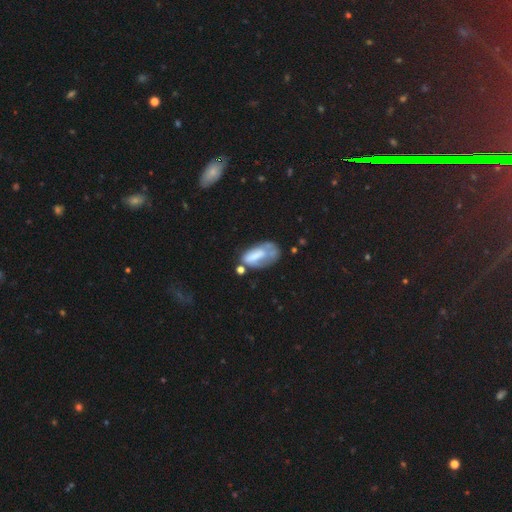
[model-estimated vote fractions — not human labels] Q: Smooth or featured?
A: smooth (54%); runner-up: featured or disk (37%)
Q: How rounded?
A: in between (88%); runner-up: cigar-shaped (8%)
Q: Merging?
A: none (30%); runner-up: major disturbance (29%)